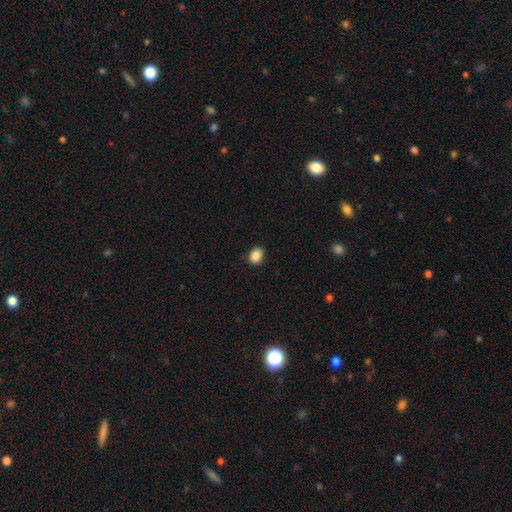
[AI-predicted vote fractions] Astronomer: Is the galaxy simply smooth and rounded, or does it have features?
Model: smooth — 88%.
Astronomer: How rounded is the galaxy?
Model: in between — 52% (runner-up: round, 47%).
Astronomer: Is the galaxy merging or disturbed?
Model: none — 87%.